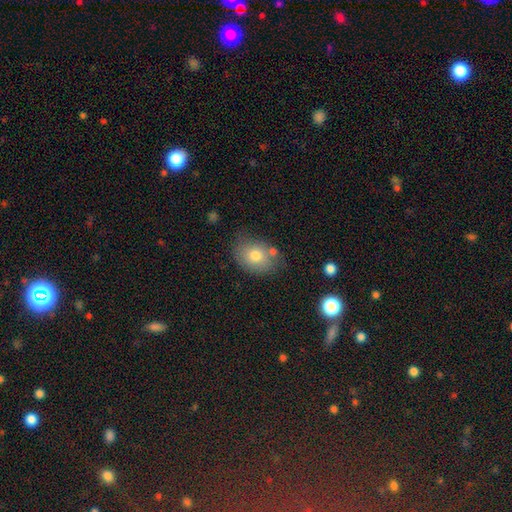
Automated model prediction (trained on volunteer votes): Smooth or featured? smooth (76%)
How rounded? in between (69%)
Merging? none (65%)